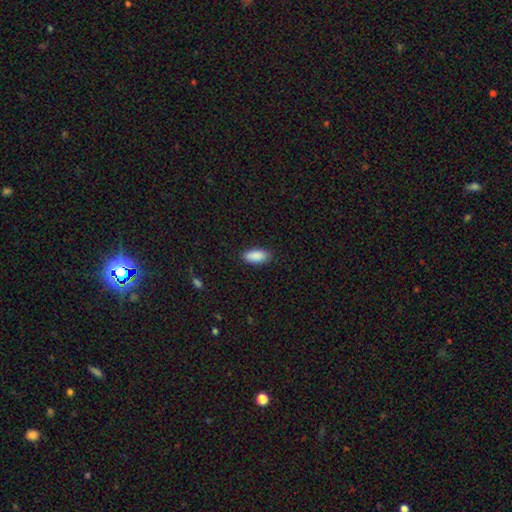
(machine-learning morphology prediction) A smooth galaxy with no disk features (90%) that is in between round and cigar-shaped (89%).

Vote fractions:
- Smooth or featured? smooth: 90% / star or artifact: 6% / featured or disk: 4%
- How rounded? in between: 89% / cigar-shaped: 9% / round: 2%
- Merging? none: 86% / minor disturbance: 10% / major disturbance: 2% / merger: 1%